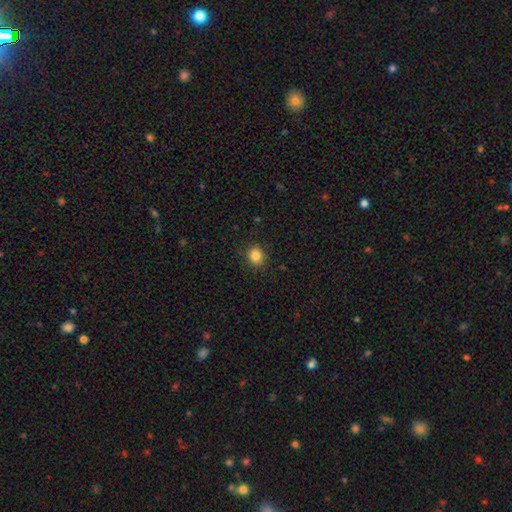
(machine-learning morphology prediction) Smooth or featured: smooth — 84% (star or artifact — 11%)
How rounded: round — 78% (in between — 21%)
Merging: none — 90% (minor disturbance — 7%)